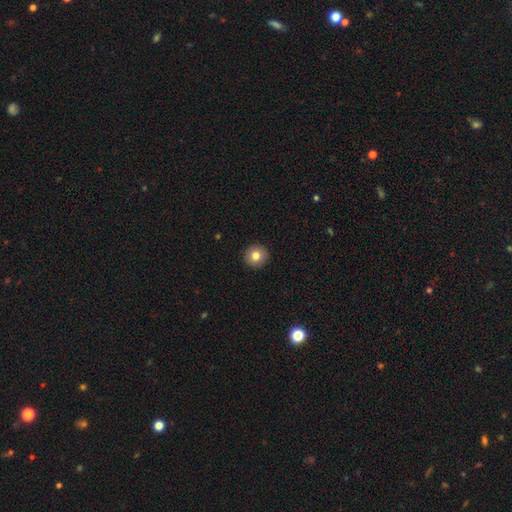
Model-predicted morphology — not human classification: A smooth galaxy with no disk features (81%) that is round (94%).

Vote fractions:
- Smooth or featured? smooth: 81% / featured or disk: 10% / star or artifact: 10%
- How rounded? round: 94% / in between: 5% / cigar-shaped: 1%
- Merging? none: 93% / minor disturbance: 4% / major disturbance: 1% / merger: 1%